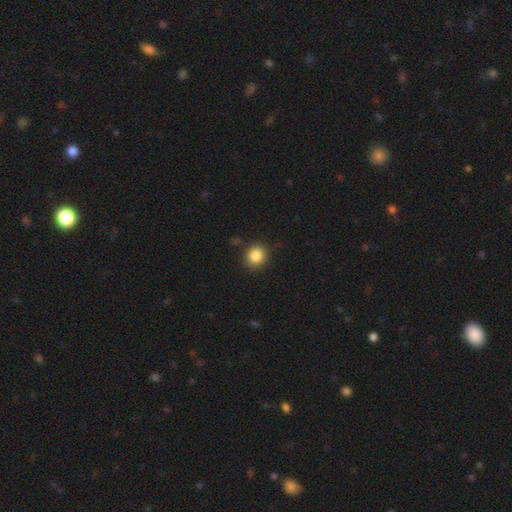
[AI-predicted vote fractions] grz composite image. It shows a smooth galaxy with no disk features (85%) that is round (85%). Merging: none (86%).